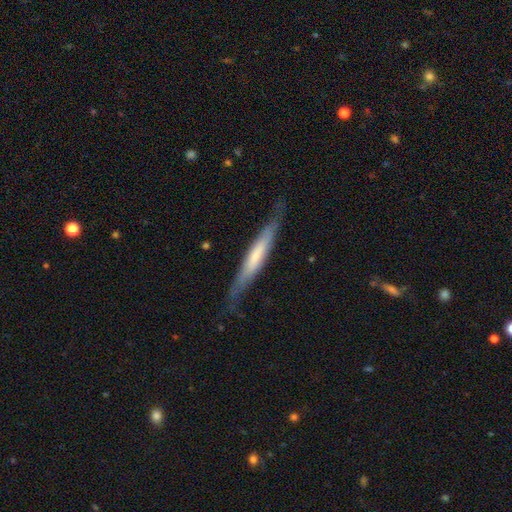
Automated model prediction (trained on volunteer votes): This appears to be a featured or disk galaxy (51%) viewed edge-on (85%). Merging: none (77%).